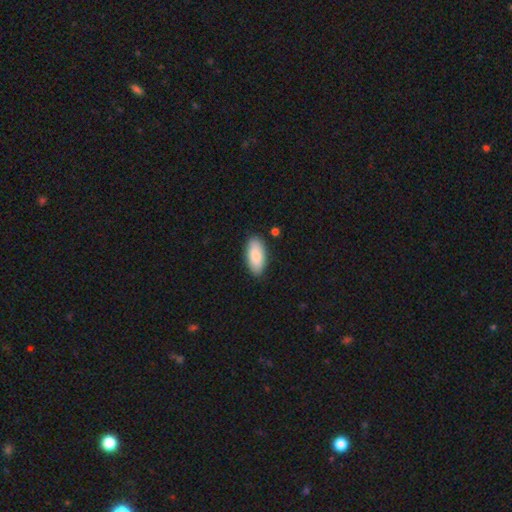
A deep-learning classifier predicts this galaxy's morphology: A smooth galaxy with no disk features (86%) that is in between round and cigar-shaped (90%).

Vote fractions:
- Smooth or featured? smooth: 86% / featured or disk: 8% / star or artifact: 6%
- How rounded? in between: 90% / cigar-shaped: 8% / round: 2%
- Merging? none: 87% / minor disturbance: 10% / major disturbance: 2% / merger: 2%